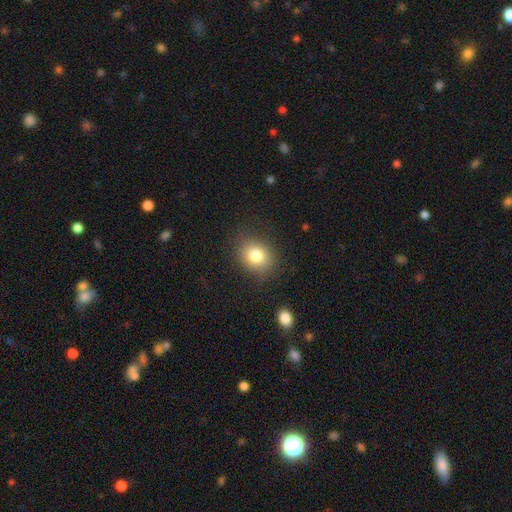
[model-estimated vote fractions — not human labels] smooth-or-featured: smooth: 81% | star or artifact: 11% | featured or disk: 9%
  how-rounded: round: 59% | in between: 41% | cigar-shaped: 1%
  merging: none: 82% | minor disturbance: 12% | major disturbance: 4% | merger: 2%